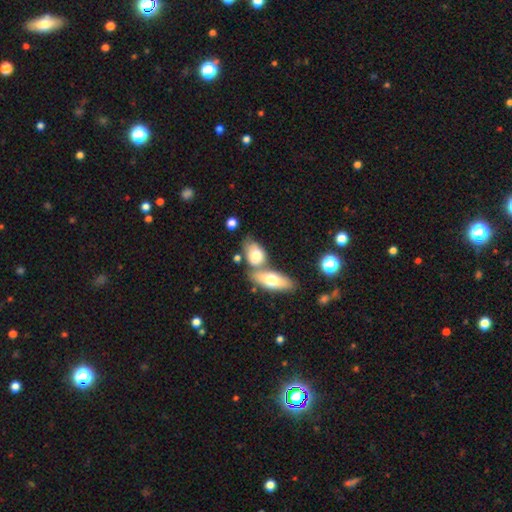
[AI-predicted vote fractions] Smooth or featured? Predicted: smooth (p=0.69). How rounded? Predicted: in between (p=0.85). Merging? Predicted: merger (p=0.46).